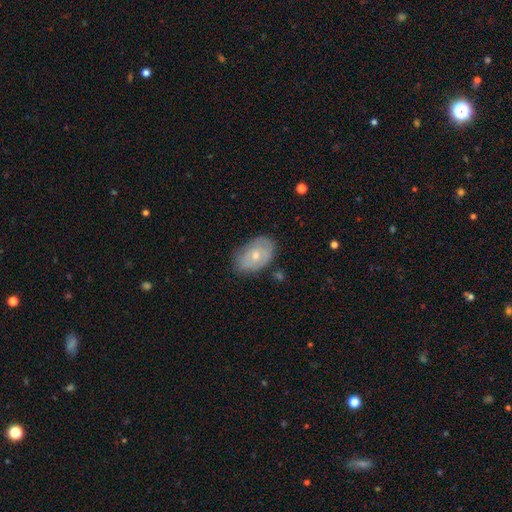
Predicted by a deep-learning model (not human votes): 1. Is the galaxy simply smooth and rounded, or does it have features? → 48% featured or disk, 46% smooth, 6% star or artifact.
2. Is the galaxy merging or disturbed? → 71% none, 22% minor disturbance, 5% major disturbance, 2% merger.